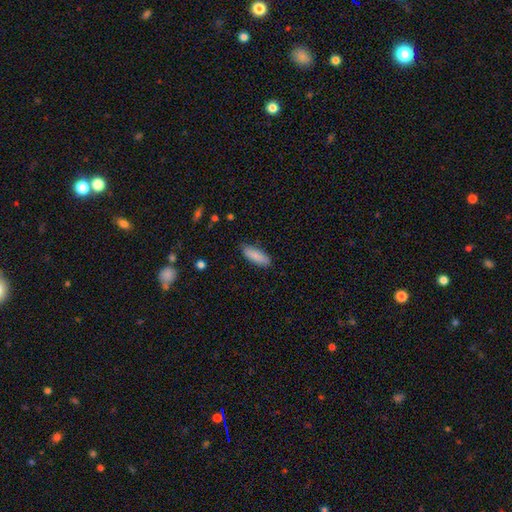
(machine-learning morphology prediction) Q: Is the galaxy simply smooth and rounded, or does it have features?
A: smooth — 88%.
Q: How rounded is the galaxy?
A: in between — 61%.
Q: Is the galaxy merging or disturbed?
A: none — 85%.